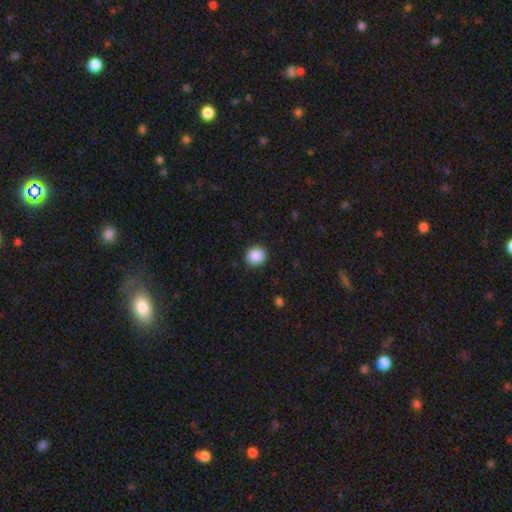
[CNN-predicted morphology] smooth_or_featured: smooth (p=0.89) [alt: star or artifact p=0.08]
how_rounded: round (p=0.87) [alt: in between p=0.12]
merging: none (p=0.91) [alt: minor disturbance p=0.06]